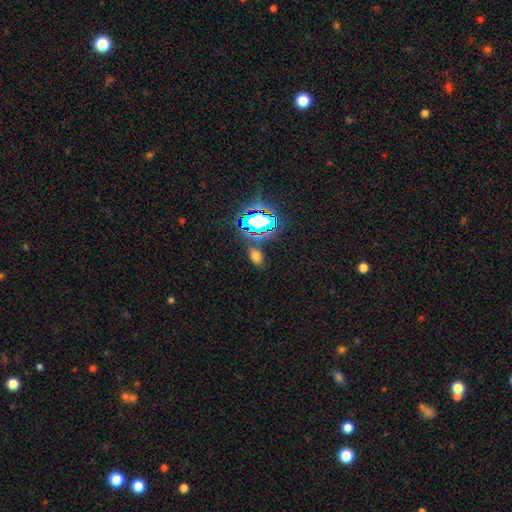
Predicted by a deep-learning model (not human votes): A smooth galaxy with no disk features (60%) that is in between round and cigar-shaped (84%). Merging: none (79%).